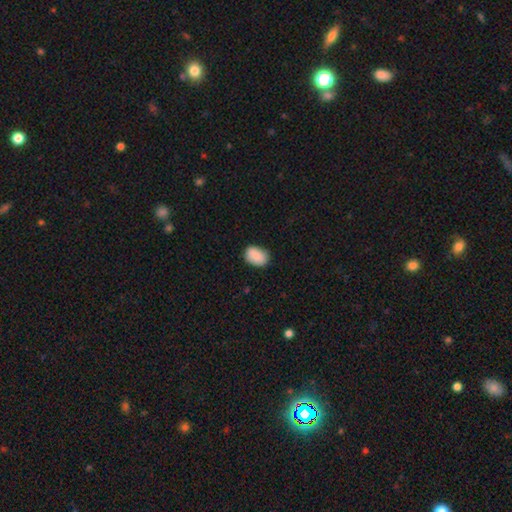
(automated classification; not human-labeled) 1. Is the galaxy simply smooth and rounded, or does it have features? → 88% smooth, 7% star or artifact, 5% featured or disk.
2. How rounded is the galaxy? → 79% in between, 20% round, 1% cigar-shaped.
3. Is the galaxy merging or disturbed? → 81% none, 16% minor disturbance, 3% major disturbance, 1% merger.